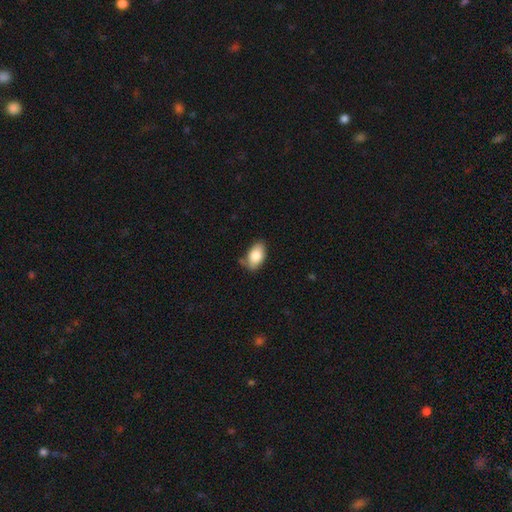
Morphology: type=smooth (87%); roundness=in between (91%); merging=none (68%).